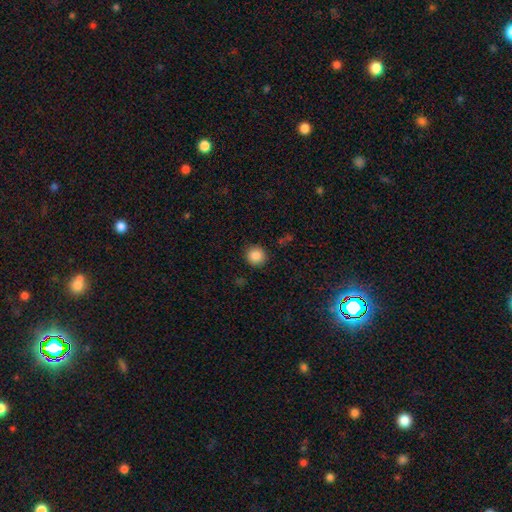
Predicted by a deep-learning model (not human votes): Morphology: type=smooth (86%); roundness=round (92%); merging=none (90%).